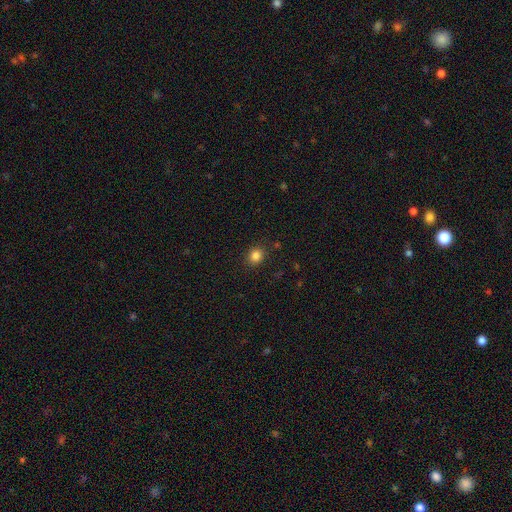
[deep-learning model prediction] smooth-or-featured: smooth: 84% | star or artifact: 12% | featured or disk: 4%
  how-rounded: round: 72% | in between: 27% | cigar-shaped: 1%
  merging: none: 88% | minor disturbance: 8% | major disturbance: 3% | merger: 1%